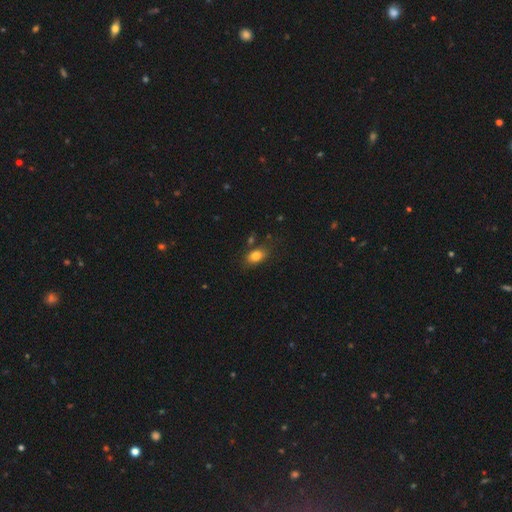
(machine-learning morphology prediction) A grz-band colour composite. It shows a smooth galaxy with no disk features (82%) that is in between round and cigar-shaped (82%). Merging: none (76%).